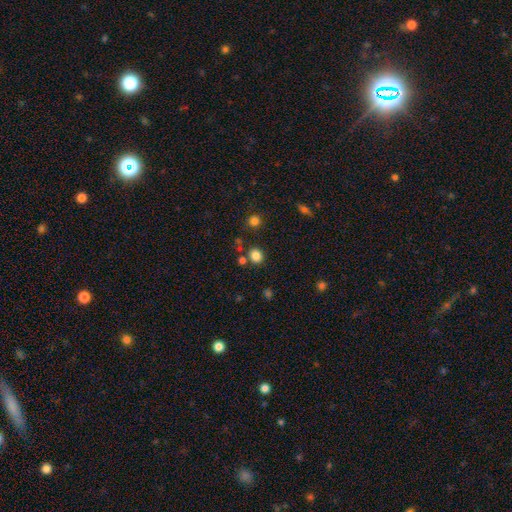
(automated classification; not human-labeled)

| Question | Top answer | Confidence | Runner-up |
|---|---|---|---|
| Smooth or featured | smooth | 82% | star or artifact (13%) |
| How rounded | round | 74% | in between (25%) |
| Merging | none | 80% | minor disturbance (9%) |